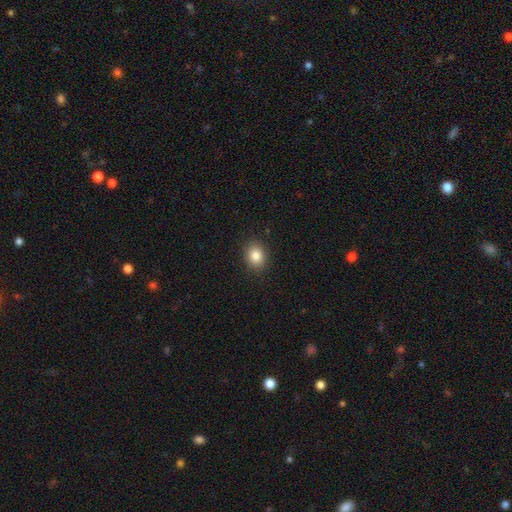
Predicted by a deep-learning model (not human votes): This appears to be a smooth galaxy with no disk features (84%) that is round (51%). Merging: none (89%).